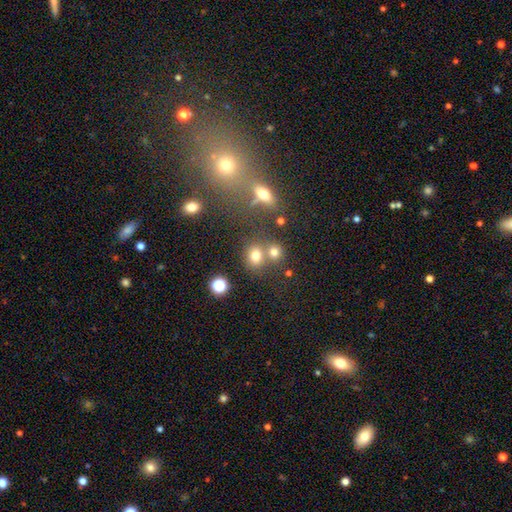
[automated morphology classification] type=smooth (71%); roundness=round (63%); merging=none (54%).